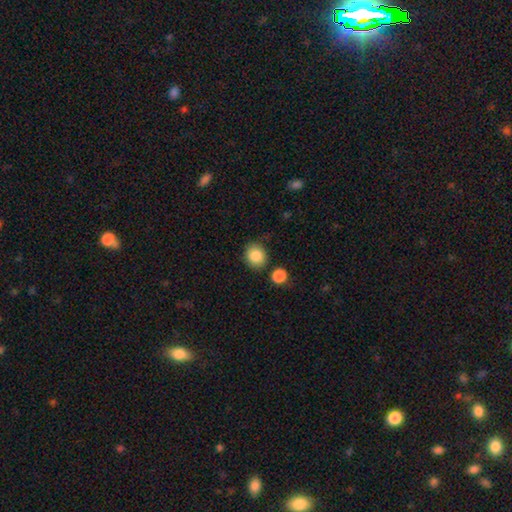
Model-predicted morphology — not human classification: Smooth or featured: smooth — 87% (star or artifact — 8%)
How rounded: round — 74% (in between — 25%)
Merging: none — 81% (minor disturbance — 11%)